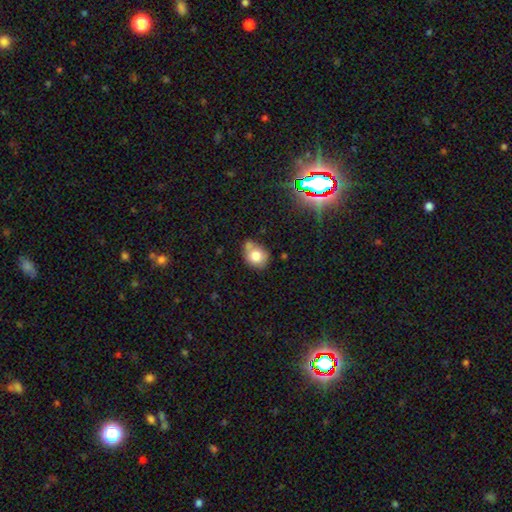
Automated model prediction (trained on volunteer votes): Smooth or featured? smooth (76%)
How rounded? round (59%)
Merging? none (52%)